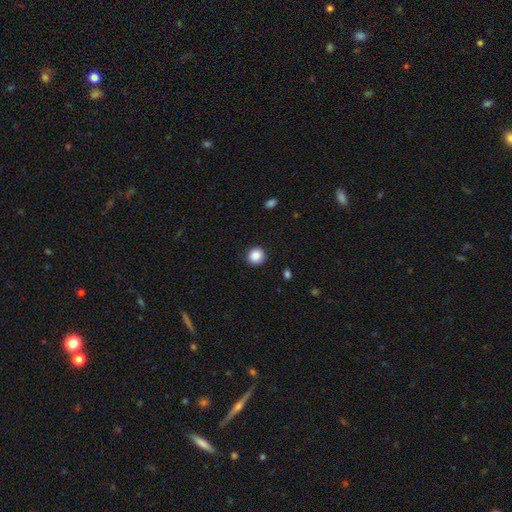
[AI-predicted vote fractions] smooth 87%, star or artifact 9%, featured or disk 3%. Down the decision tree: how rounded — round (92%); merging — none (90%).